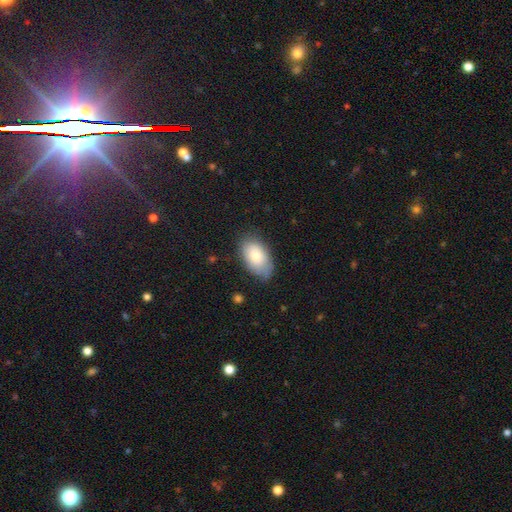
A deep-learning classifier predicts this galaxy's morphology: Smooth or featured?
  - smooth: 76% *
  - featured or disk: 16%
  - star or artifact: 7%
How rounded?
  - in between: 92% *
  - round: 7%
  - cigar-shaped: 1%
Merging?
  - none: 69% *
  - minor disturbance: 24%
  - major disturbance: 5%
  - merger: 2%